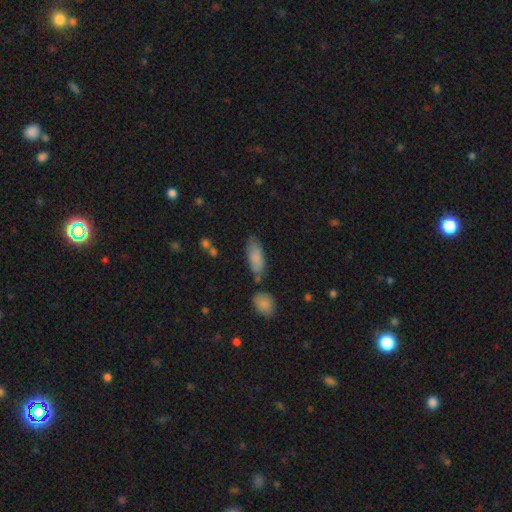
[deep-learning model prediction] Overall: smooth (84%). How rounded: in between (76%). Merging: none (71%).